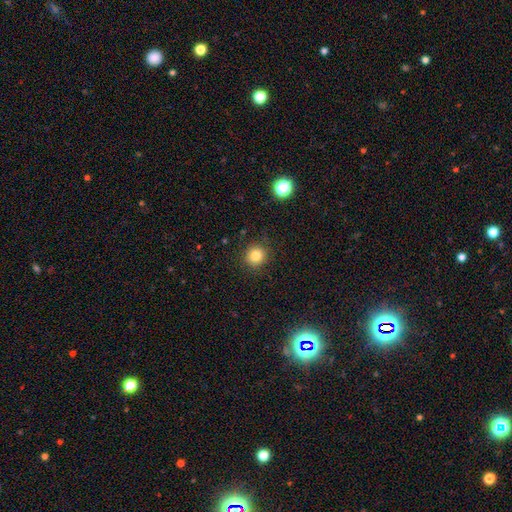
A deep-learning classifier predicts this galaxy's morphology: This is clearly a smooth galaxy (82%). How rounded: clearly round (91%). Merging: clearly none (90%).